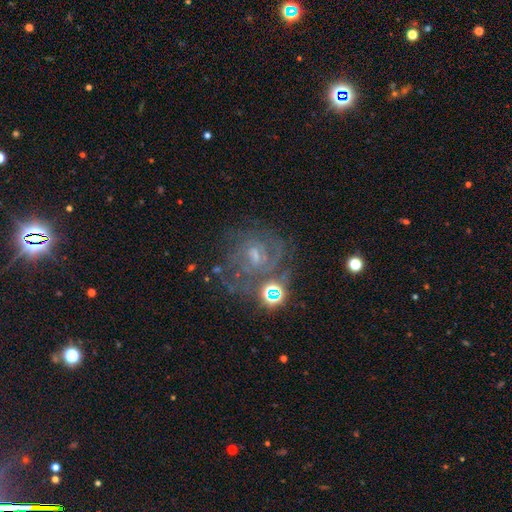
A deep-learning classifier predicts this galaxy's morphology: featured or disk 68%, star or artifact 17%, smooth 14%. Down the decision tree: edge-on disk — no (97%); bar — weak (50%); spiral arms — yes (83%); spiral arm count — can't tell (43%); spiral winding — tight (52%); bulge size — small (38%); merging — none (52%).